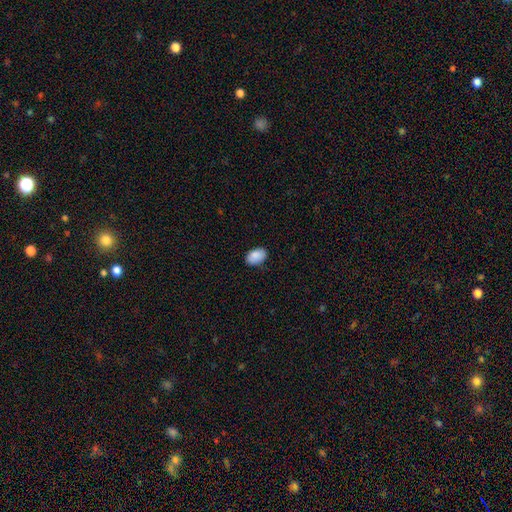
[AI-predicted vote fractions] smooth-or-featured: smooth: 89% | star or artifact: 7% | featured or disk: 5%
  how-rounded: in between: 90% | round: 9% | cigar-shaped: 1%
  merging: none: 87% | minor disturbance: 10% | major disturbance: 2% | merger: 1%